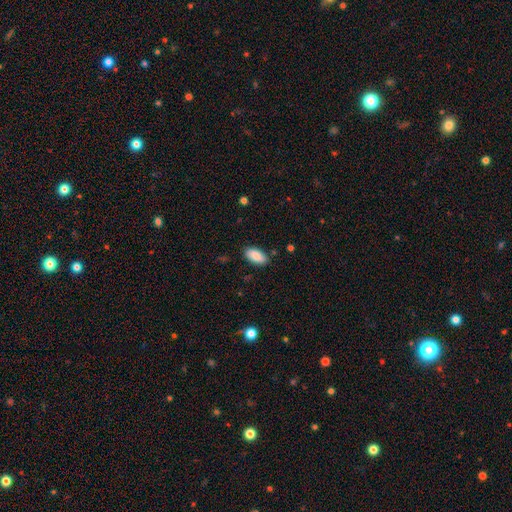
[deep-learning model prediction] This is clearly a smooth galaxy (87%). How rounded: clearly in between (93%). Merging: clearly none (85%).